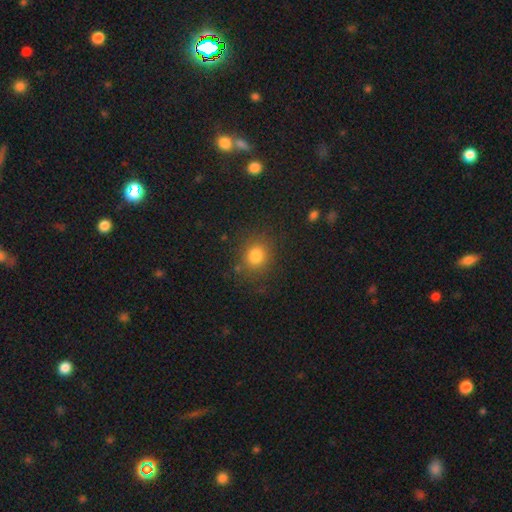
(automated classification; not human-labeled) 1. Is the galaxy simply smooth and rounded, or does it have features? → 80% smooth, 13% star or artifact, 7% featured or disk.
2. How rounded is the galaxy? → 75% round, 24% in between, 1% cigar-shaped.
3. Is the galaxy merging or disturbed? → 84% none, 10% minor disturbance, 4% major disturbance, 2% merger.